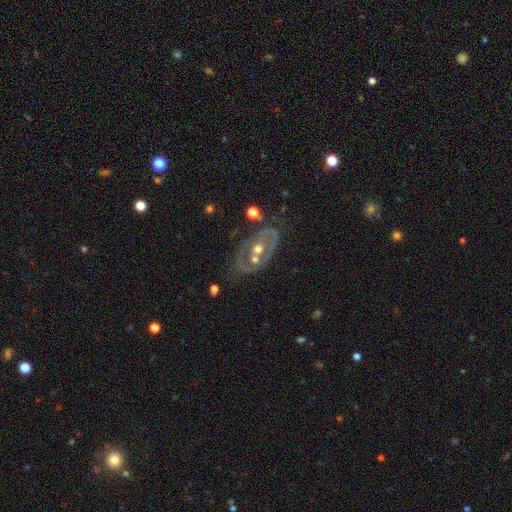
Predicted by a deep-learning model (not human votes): The model was most divided on "spiral arms": no: 58%, yes: 42%. More confident: edge-on disk — no (93%); smooth or featured — featured or disk (77%); bar — no (72%); bulge size — moderate (71%); merging — none (65%).